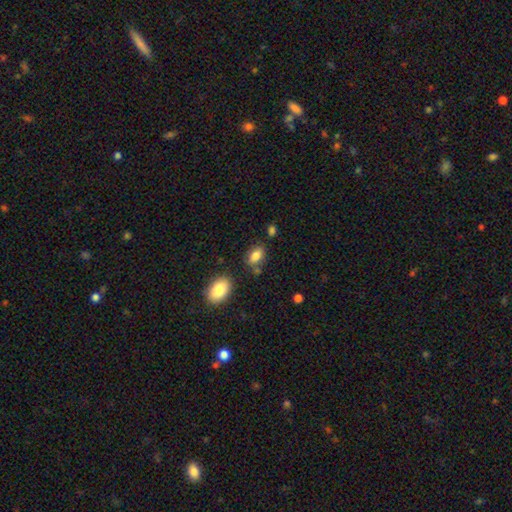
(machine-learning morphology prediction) Smooth or featured: smooth — 84% (star or artifact — 8%)
How rounded: in between — 90% (round — 7%)
Merging: none — 71% (minor disturbance — 17%)